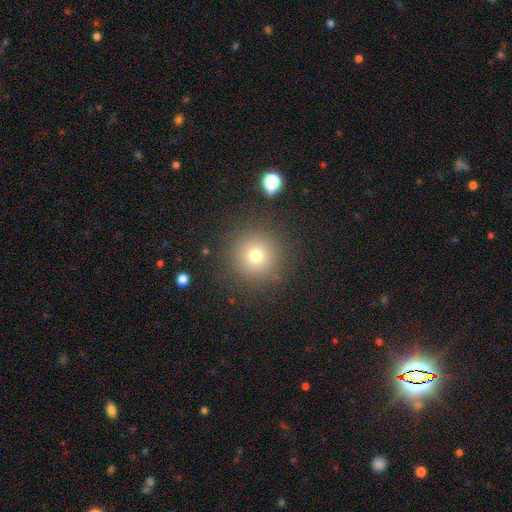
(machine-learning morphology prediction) The model was most divided on "smooth or featured": smooth: 73%, star or artifact: 16%, featured or disk: 10%. More confident: how rounded — round (95%); merging — none (87%).